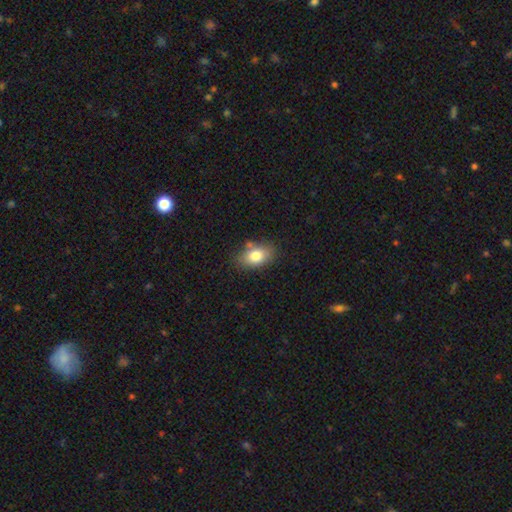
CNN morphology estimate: The model was most divided on "merging": none: 75%, minor disturbance: 16%, merger: 6%, major disturbance: 4%. More confident: how rounded — in between (85%); smooth or featured — smooth (79%).